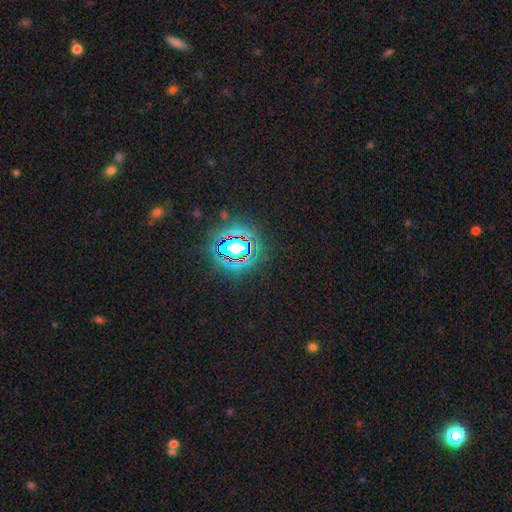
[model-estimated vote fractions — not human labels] smooth_or_featured: star or artifact (p=0.80) [alt: smooth p=0.12]